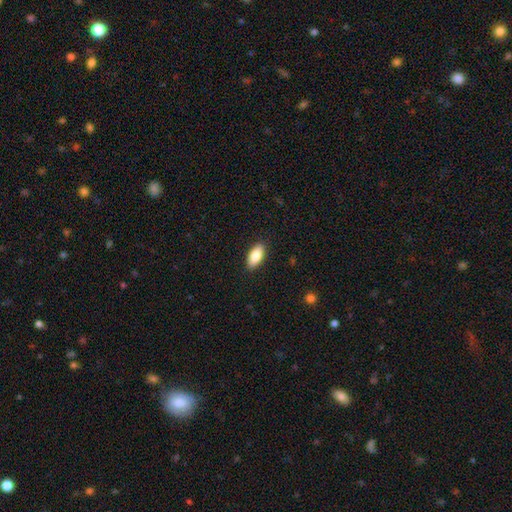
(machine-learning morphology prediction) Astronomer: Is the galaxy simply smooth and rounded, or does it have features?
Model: smooth — 84%.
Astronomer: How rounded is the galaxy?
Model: in between — 88%.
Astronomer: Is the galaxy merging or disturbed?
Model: none — 90%.